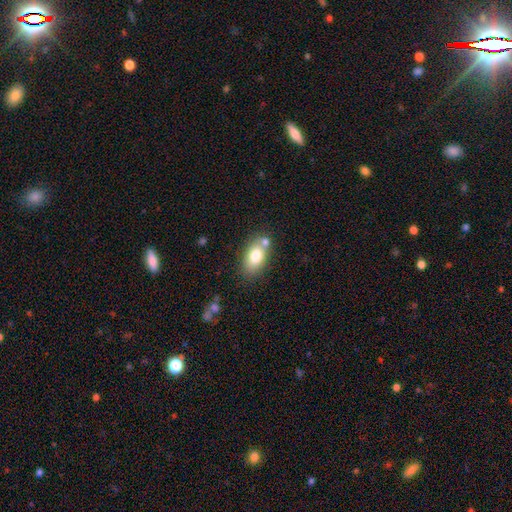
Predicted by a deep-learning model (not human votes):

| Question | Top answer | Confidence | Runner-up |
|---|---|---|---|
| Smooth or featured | smooth | 77% | featured or disk (15%) |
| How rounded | in between | 88% | round (9%) |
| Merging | none | 66% | merger (17%) |